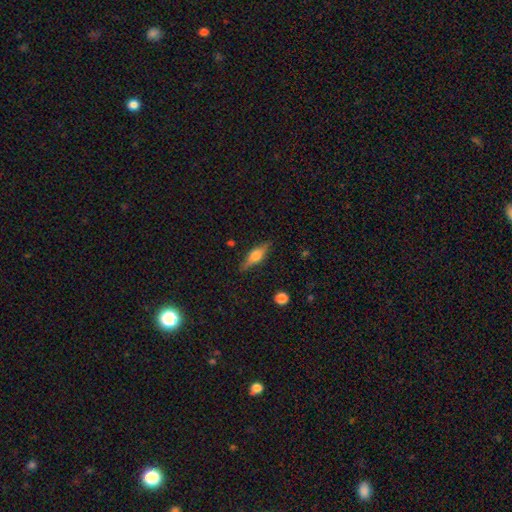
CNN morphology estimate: Smooth or featured? featured or disk (50%)
Edge-on disk? yes (93%)
Merging? none (85%)